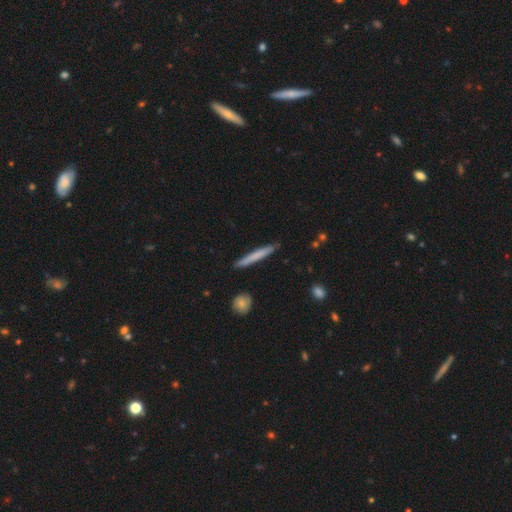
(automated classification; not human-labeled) This appears to be a smooth galaxy with no disk features (67%) that is cigar-shaped (96%). Merging: none (89%).